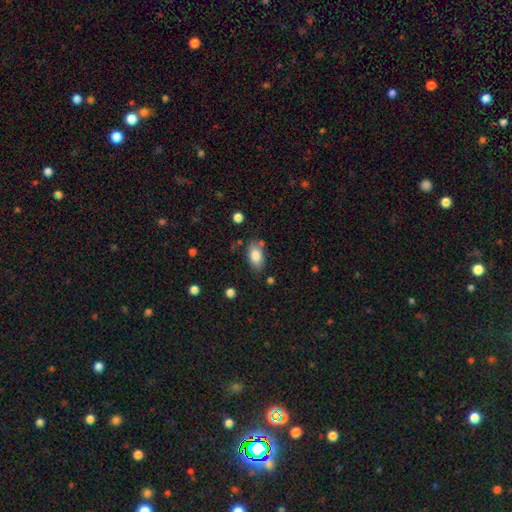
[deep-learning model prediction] Smooth or featured? smooth (83%)
How rounded? in between (92%)
Merging? none (75%)